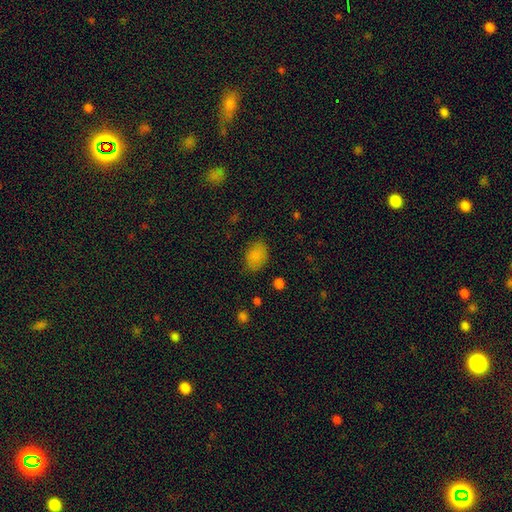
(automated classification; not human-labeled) Overall: smooth (84%). How rounded: in between (78%). Merging: none (77%).